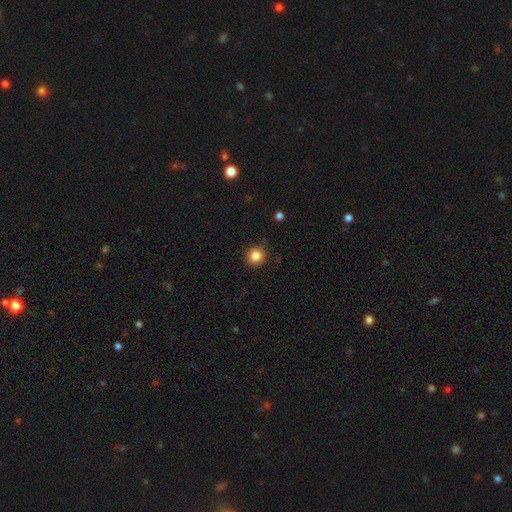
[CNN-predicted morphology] A smooth galaxy with no disk features (85%) that is round (93%). Merging: none (89%).